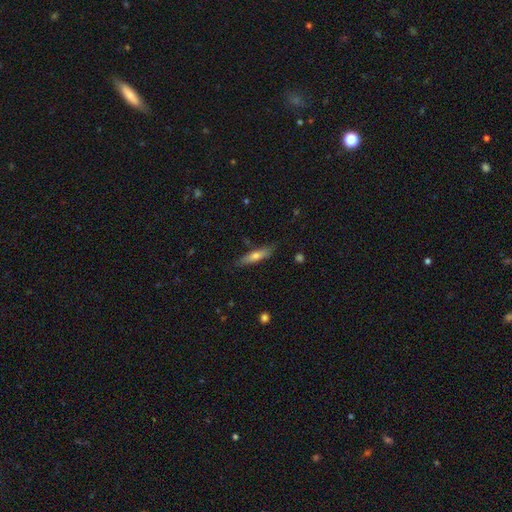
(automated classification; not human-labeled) smooth 61%, featured or disk 32%, star or artifact 6%. Down the decision tree: how rounded — cigar-shaped (77%); merging — none (82%).